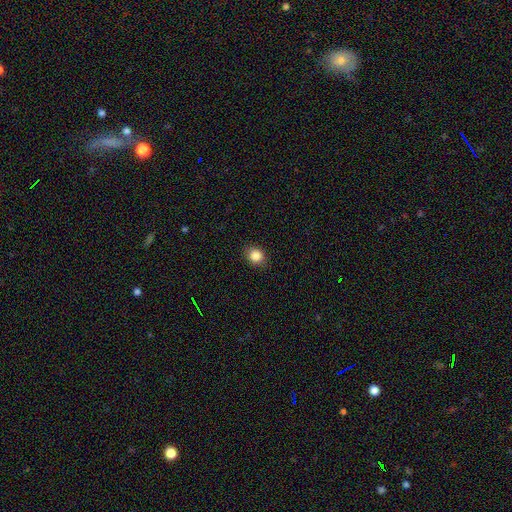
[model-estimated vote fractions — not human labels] The model was most divided on "how rounded": round: 70%, in between: 29%, cigar-shaped: 1%. More confident: merging — none (89%); smooth or featured — smooth (85%).